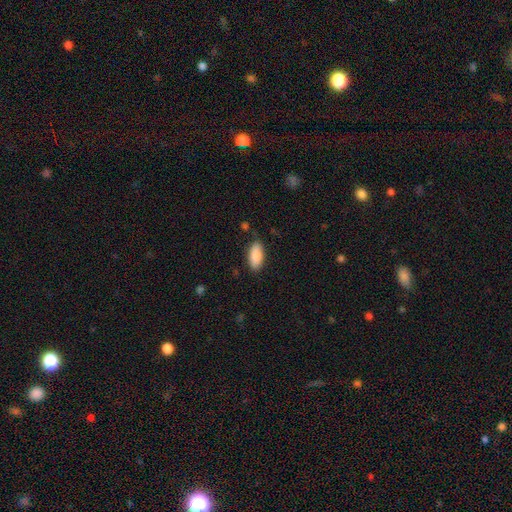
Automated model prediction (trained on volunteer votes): This is clearly a smooth galaxy (85%). How rounded: clearly in between (89%). Merging: clearly none (83%).